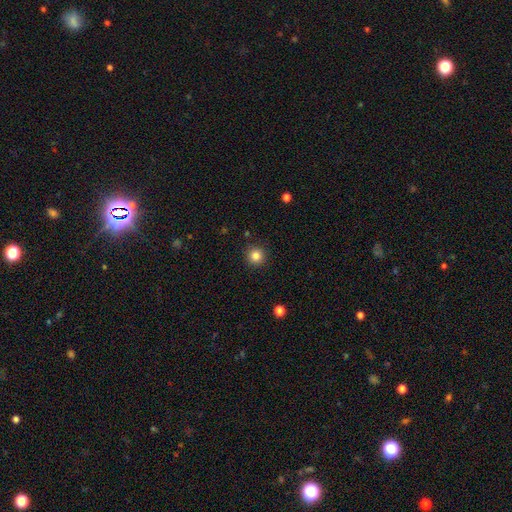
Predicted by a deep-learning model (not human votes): smooth_or_featured: smooth (p=0.84) [alt: star or artifact p=0.11]
how_rounded: round (p=0.95) [alt: in between p=0.04]
merging: none (p=0.92) [alt: minor disturbance p=0.05]